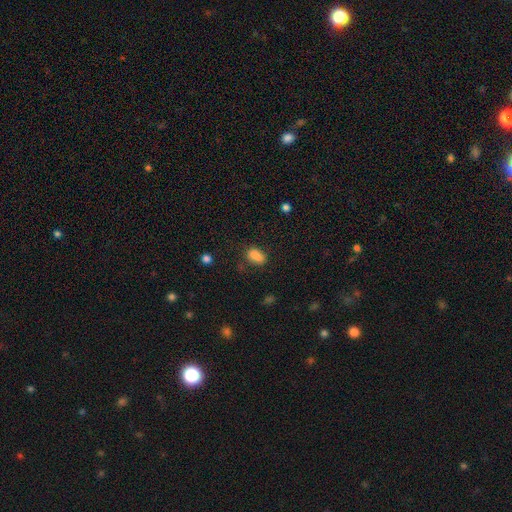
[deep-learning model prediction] A smooth galaxy with no disk features (82%) that is in between round and cigar-shaped (82%).

Vote fractions:
- Smooth or featured? smooth: 82% / star or artifact: 11% / featured or disk: 7%
- How rounded? in between: 82% / round: 14% / cigar-shaped: 4%
- Merging? none: 61% / minor disturbance: 21% / merger: 12% / major disturbance: 7%